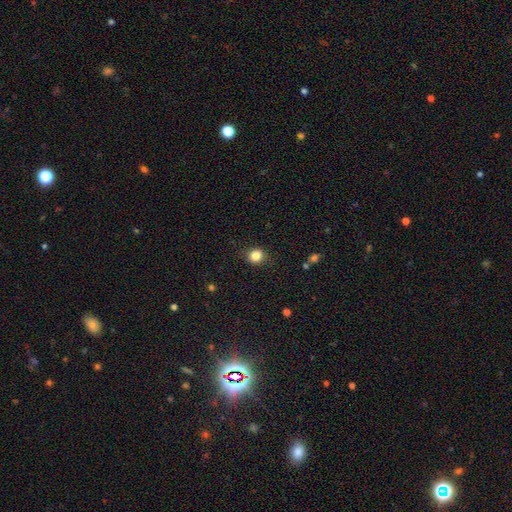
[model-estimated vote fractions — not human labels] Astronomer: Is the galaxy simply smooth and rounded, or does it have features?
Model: smooth — 84%.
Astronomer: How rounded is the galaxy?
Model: round — 79%.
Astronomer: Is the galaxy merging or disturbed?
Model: none — 87%.